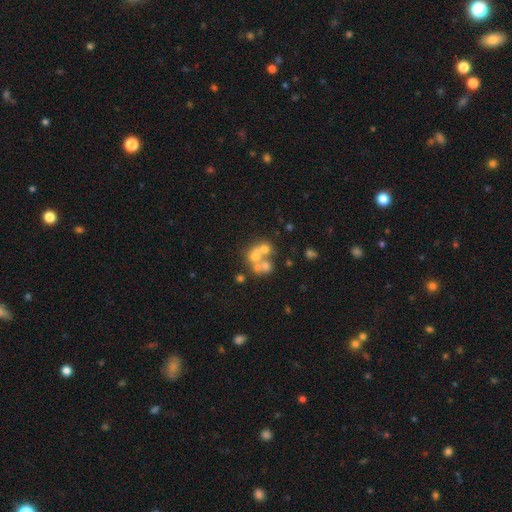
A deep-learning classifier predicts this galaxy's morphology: This is marginally a smooth galaxy (42%). Merging: possibly merger (56%).